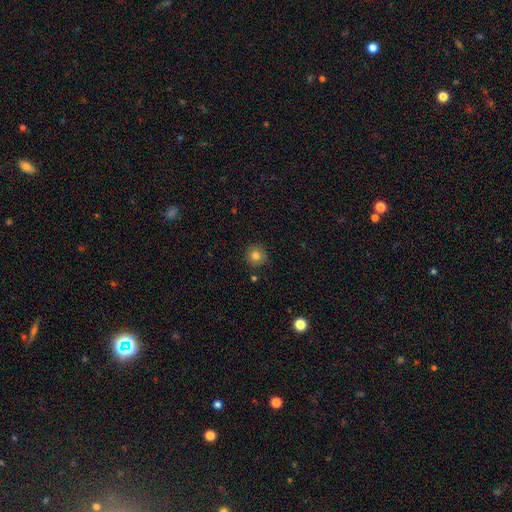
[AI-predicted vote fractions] This appears to be a smooth galaxy with no disk features (80%) that is round (94%). Merging: none (88%).